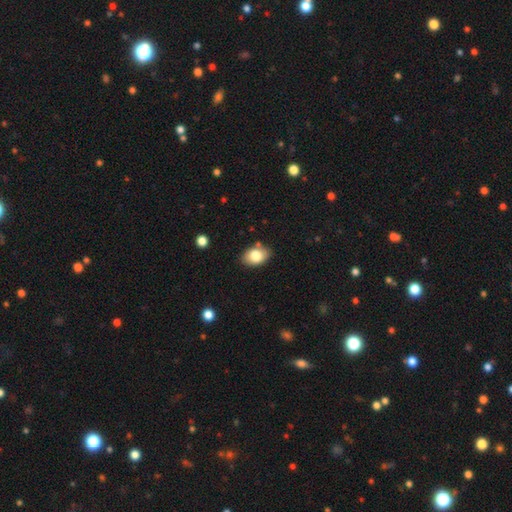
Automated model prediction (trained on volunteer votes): Smooth or featured? smooth (79%)
How rounded? in between (83%)
Merging? none (81%)